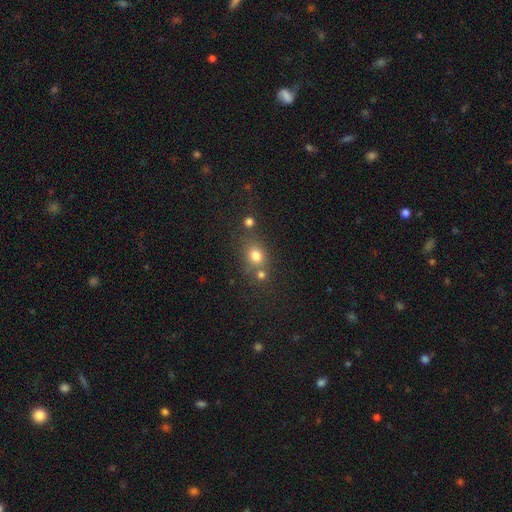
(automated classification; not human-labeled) smooth-or-featured: smooth: 77% | star or artifact: 14% | featured or disk: 8%
  how-rounded: round: 68% | in between: 31% | cigar-shaped: 1%
  merging: none: 58% | merger: 25% | minor disturbance: 12% | major disturbance: 5%